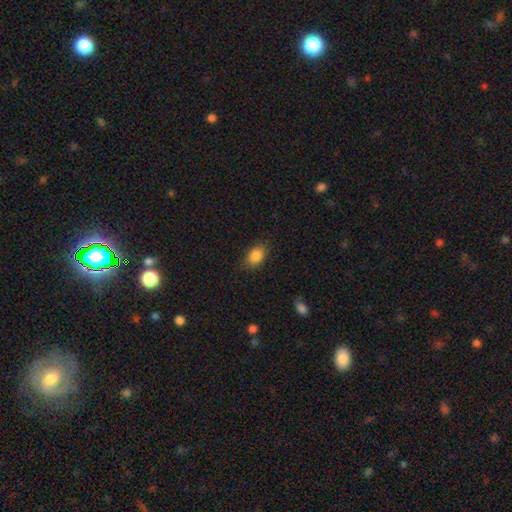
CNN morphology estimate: smooth 86%, star or artifact 8%, featured or disk 5%. Down the decision tree: how rounded — in between (83%); merging — none (83%).